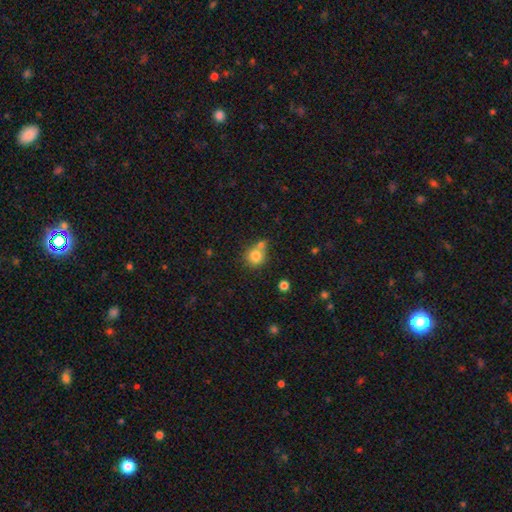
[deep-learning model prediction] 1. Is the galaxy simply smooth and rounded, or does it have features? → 80% smooth, 11% star or artifact, 9% featured or disk.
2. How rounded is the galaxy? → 88% round, 11% in between, 1% cigar-shaped.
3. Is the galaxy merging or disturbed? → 53% none, 33% merger, 11% minor disturbance, 4% major disturbance.